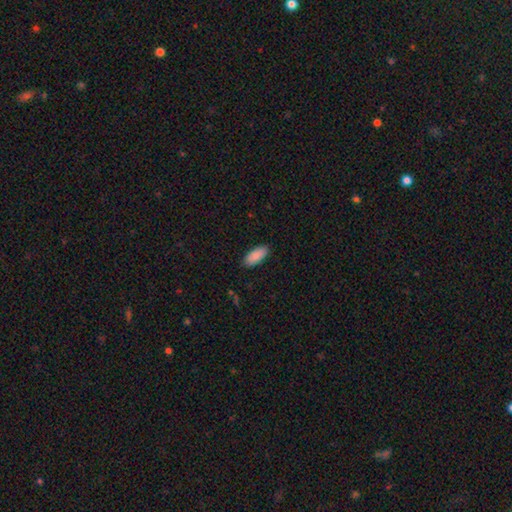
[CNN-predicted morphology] smooth 90%, star or artifact 6%, featured or disk 4%. Down the decision tree: how rounded — in between (85%); merging — none (87%).